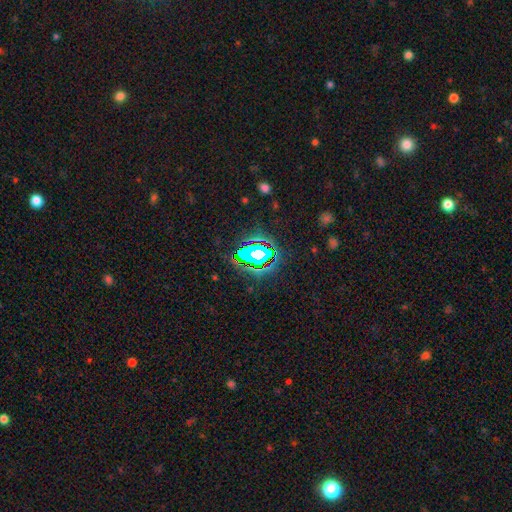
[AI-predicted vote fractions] A star or artifact, not a galaxy (67%).